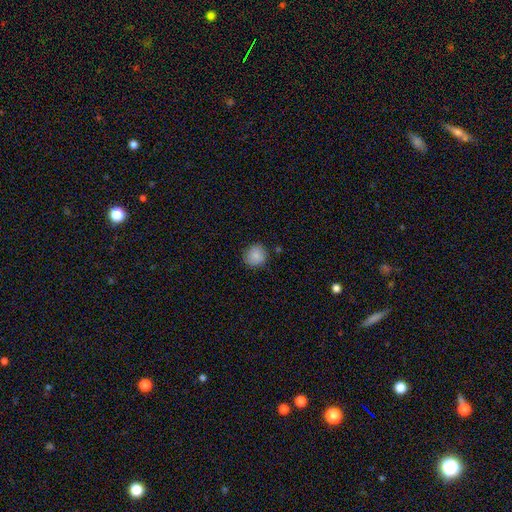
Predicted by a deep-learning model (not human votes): Smooth or featured? smooth (86%)
How rounded? round (87%)
Merging? none (85%)